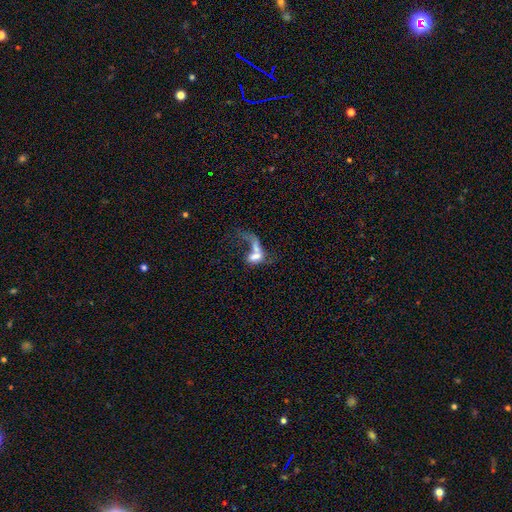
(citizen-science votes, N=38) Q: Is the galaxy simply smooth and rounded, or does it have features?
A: smooth — 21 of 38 (55%).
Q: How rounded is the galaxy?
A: in between — 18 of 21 (86%).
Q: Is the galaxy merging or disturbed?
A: merger — 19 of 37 (51%).